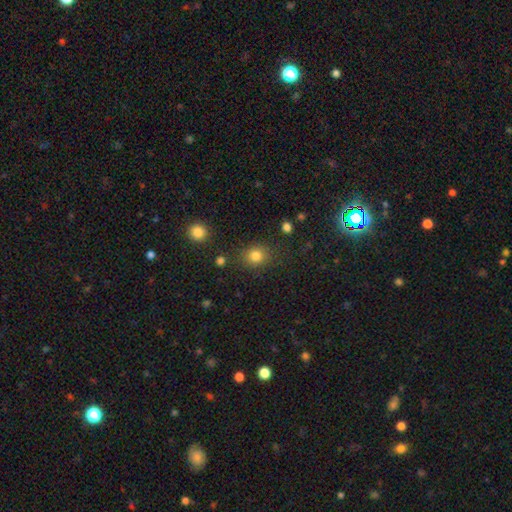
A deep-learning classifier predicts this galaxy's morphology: type=smooth (83%); roundness=round (77%); merging=none (82%).